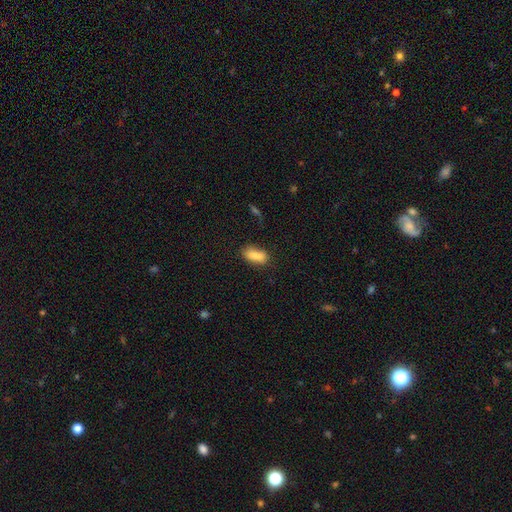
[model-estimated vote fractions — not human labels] A smooth galaxy with no disk features (80%) that is in between round and cigar-shaped (81%).

Vote fractions:
- Smooth or featured? smooth: 80% / featured or disk: 12% / star or artifact: 8%
- How rounded? in between: 81% / cigar-shaped: 13% / round: 6%
- Merging? none: 59% / merger: 19% / minor disturbance: 17% / major disturbance: 5%